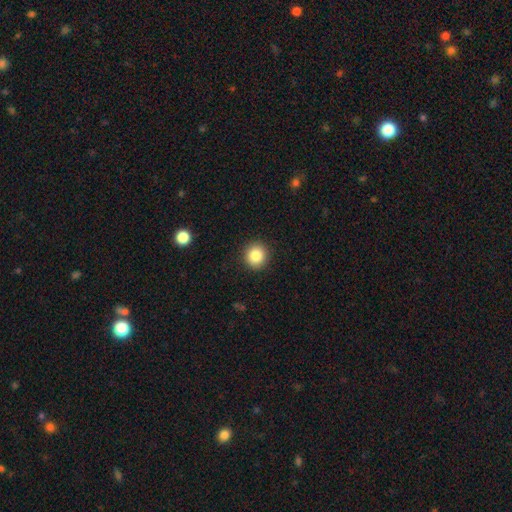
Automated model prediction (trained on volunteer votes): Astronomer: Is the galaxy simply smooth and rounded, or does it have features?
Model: smooth — 85%.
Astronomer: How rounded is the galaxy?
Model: round — 91%.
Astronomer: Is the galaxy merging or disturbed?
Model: none — 91%.